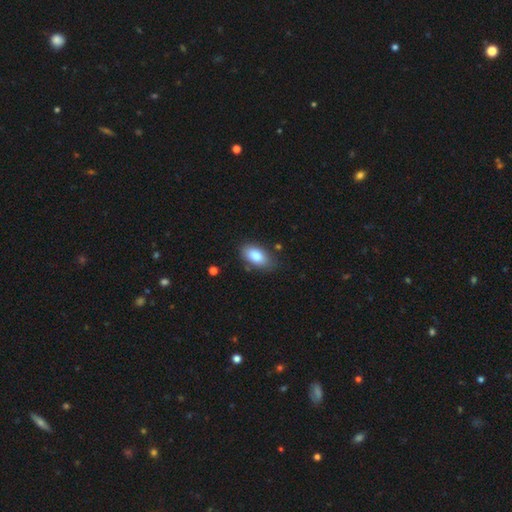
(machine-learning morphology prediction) The model was most divided on "merging": none: 79%, minor disturbance: 16%, major disturbance: 3%, merger: 2%. More confident: how rounded — in between (92%); smooth or featured — smooth (84%).